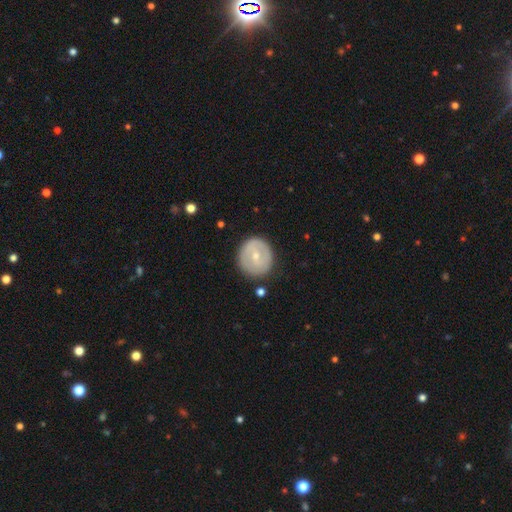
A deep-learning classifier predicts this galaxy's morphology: A featured or disk galaxy (48%).

Vote fractions:
- Smooth or featured? featured or disk: 48% / smooth: 46% / star or artifact: 6%
- Merging? none: 83% / minor disturbance: 12% / major disturbance: 4% / merger: 2%